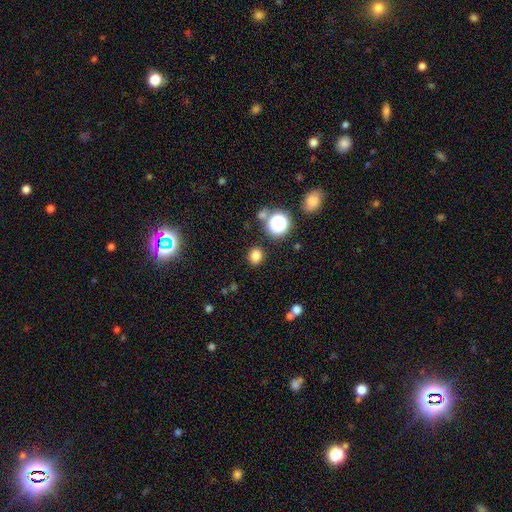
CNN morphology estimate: Overall: smooth (79%). How rounded: round (77%). Merging: none (87%).